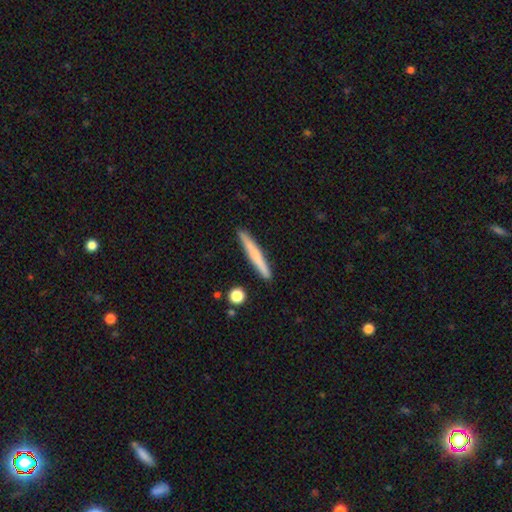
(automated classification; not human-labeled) Smooth or featured? smooth (61%)
How rounded? cigar-shaped (96%)
Merging? none (89%)